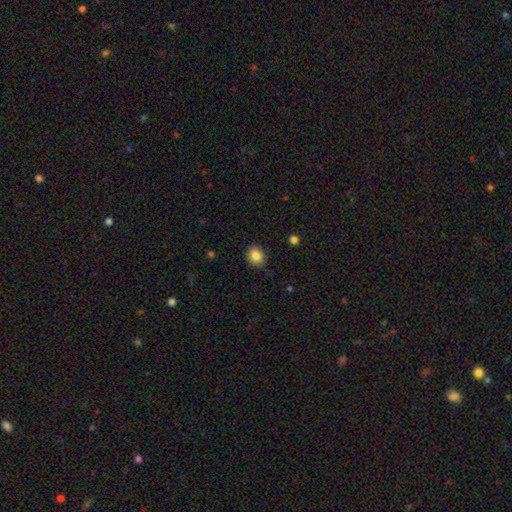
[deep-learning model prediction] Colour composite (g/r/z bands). It shows a smooth galaxy with no disk features (85%) that is round (64%). Merging: none (88%).